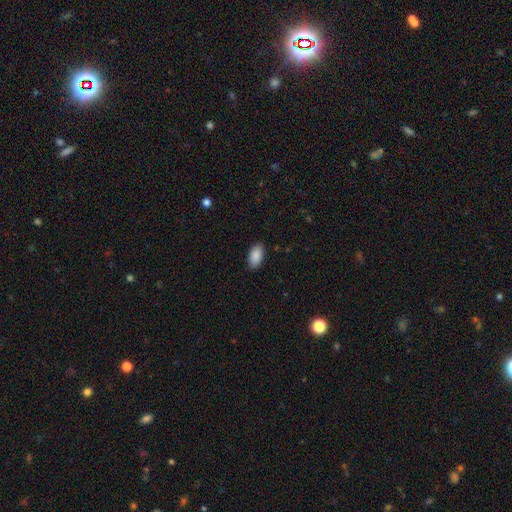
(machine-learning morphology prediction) Smooth or featured: smooth — 90% (star or artifact — 7%)
How rounded: in between — 95% (round — 3%)
Merging: none — 88% (minor disturbance — 9%)